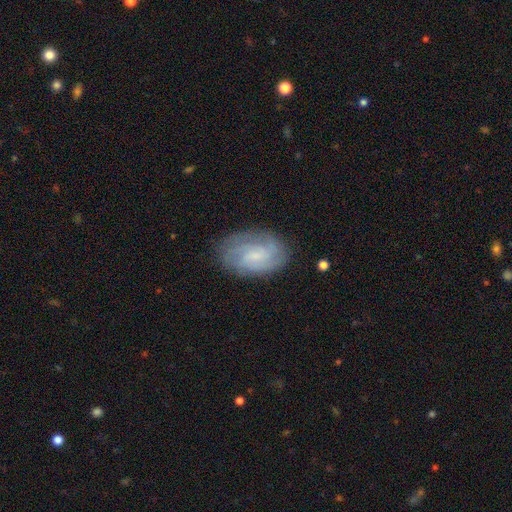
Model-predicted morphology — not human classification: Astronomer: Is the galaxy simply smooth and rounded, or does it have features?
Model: featured or disk — 60%.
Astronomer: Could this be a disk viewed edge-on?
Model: no — 96%.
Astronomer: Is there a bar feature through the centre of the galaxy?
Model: no — 51% (runner-up: weak, 43%).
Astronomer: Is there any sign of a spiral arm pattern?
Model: yes — 87%.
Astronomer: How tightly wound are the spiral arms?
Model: tight — 55% (runner-up: medium, 34%).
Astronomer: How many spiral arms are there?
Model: can't tell — 48%.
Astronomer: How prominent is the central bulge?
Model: small — 61%.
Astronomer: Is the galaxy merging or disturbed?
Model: none — 76%.